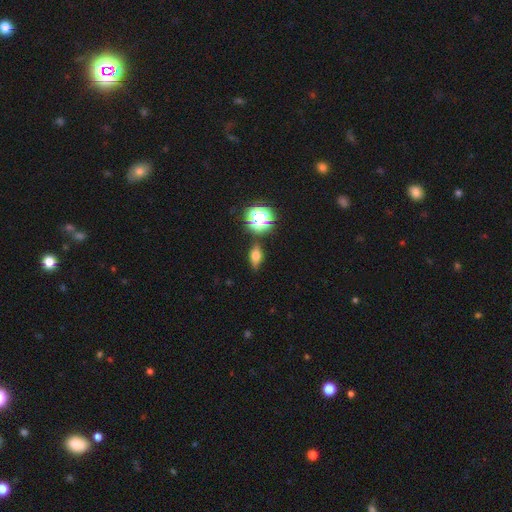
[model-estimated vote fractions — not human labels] Overall: smooth (58%; star or artifact 21%). How rounded: in between (71%). Merging: none (80%).